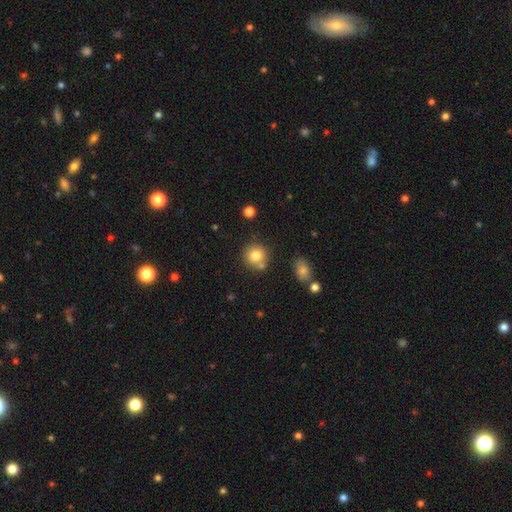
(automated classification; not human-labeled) Smooth or featured: smooth — 81% (star or artifact — 10%)
How rounded: round — 89% (in between — 10%)
Merging: none — 70% (merger — 16%)